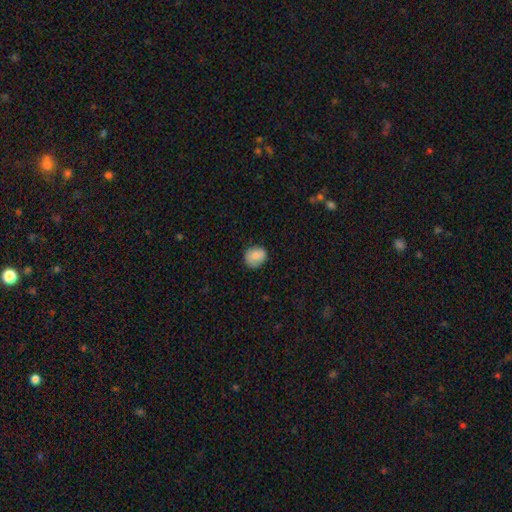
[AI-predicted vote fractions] Smooth or featured?
  - smooth: 85% *
  - star or artifact: 8%
  - featured or disk: 8%
How rounded?
  - round: 71% *
  - in between: 28%
  - cigar-shaped: 1%
Merging?
  - none: 80% *
  - minor disturbance: 16%
  - major disturbance: 3%
  - merger: 1%